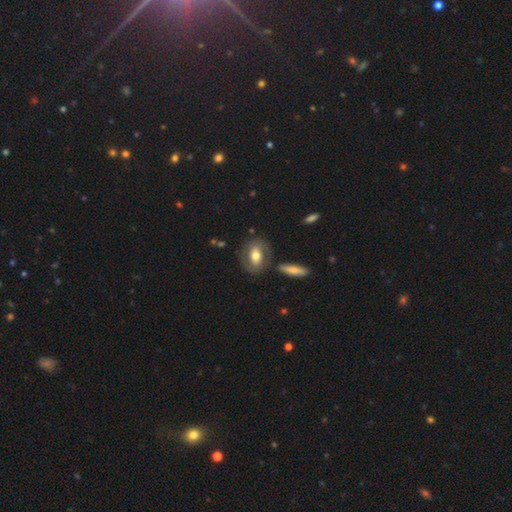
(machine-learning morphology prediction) A smooth galaxy with no disk features (48%). Merging: none (73%).